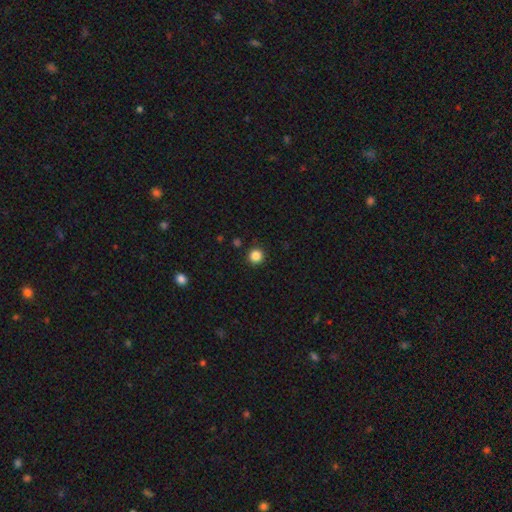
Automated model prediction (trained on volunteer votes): This appears to be a smooth galaxy with no disk features (85%) that is round (96%). Merging: none (92%).